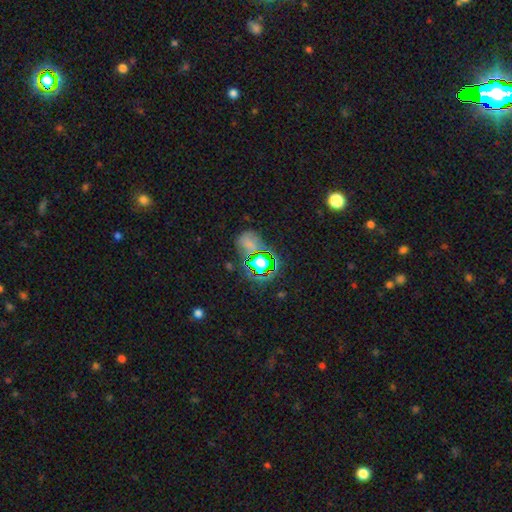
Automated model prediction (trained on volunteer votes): Smooth or featured?
  - star or artifact: 69% *
  - smooth: 21%
  - featured or disk: 10%